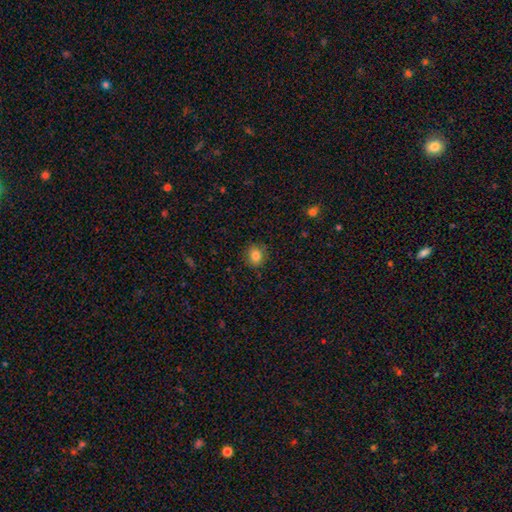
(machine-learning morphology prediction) This is clearly a smooth galaxy (83%). How rounded: likely round (67%). Merging: clearly none (86%).